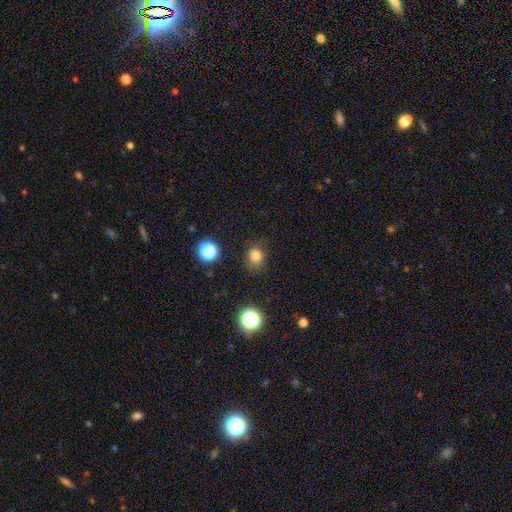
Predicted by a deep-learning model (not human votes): Morphology: type=smooth (79%); roundness=round (56%); merging=none (77%).